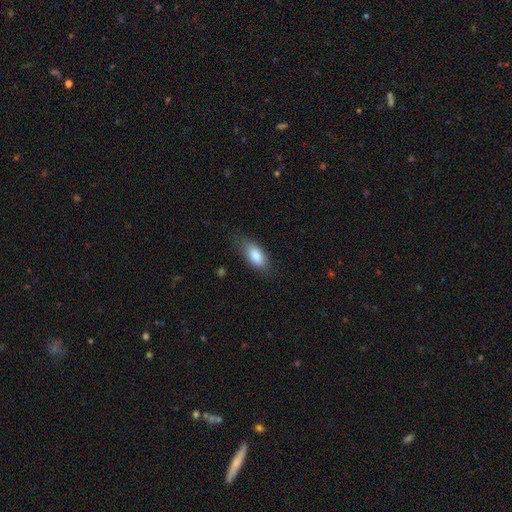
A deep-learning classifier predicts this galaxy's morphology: smooth 84%, featured or disk 10%, star or artifact 6%. Down the decision tree: how rounded — in between (86%); merging — none (70%).